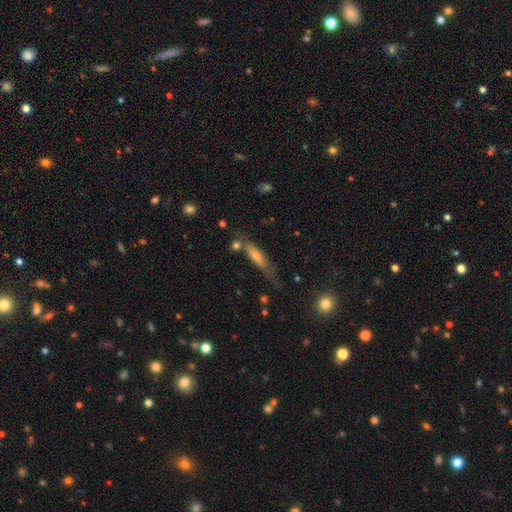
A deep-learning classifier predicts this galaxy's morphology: The model was most divided on "smooth or featured": smooth: 48%, featured or disk: 41%, star or artifact: 11%. More confident: merging — none (56%).